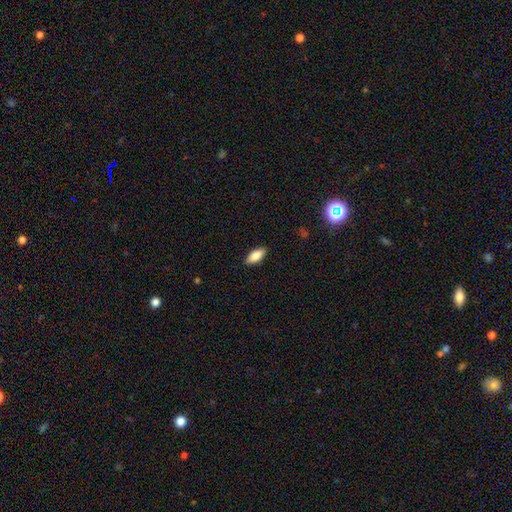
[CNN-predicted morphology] Q: Smooth or featured?
A: smooth (83%); runner-up: featured or disk (11%)
Q: How rounded?
A: in between (84%); runner-up: cigar-shaped (13%)
Q: Merging?
A: none (88%); runner-up: minor disturbance (9%)